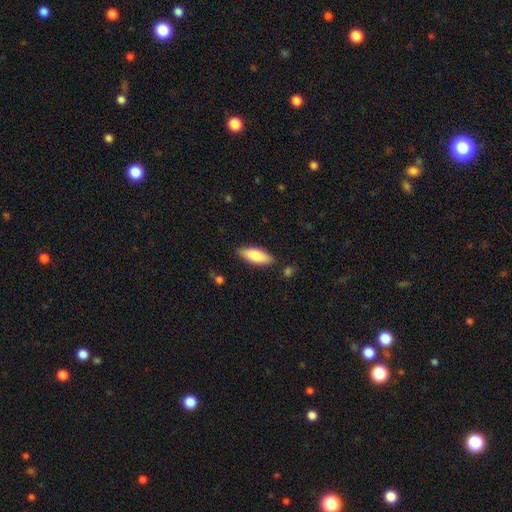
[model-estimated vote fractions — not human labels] smooth 83%, featured or disk 11%, star or artifact 6%. Down the decision tree: how rounded — in between (73%); merging — none (85%).